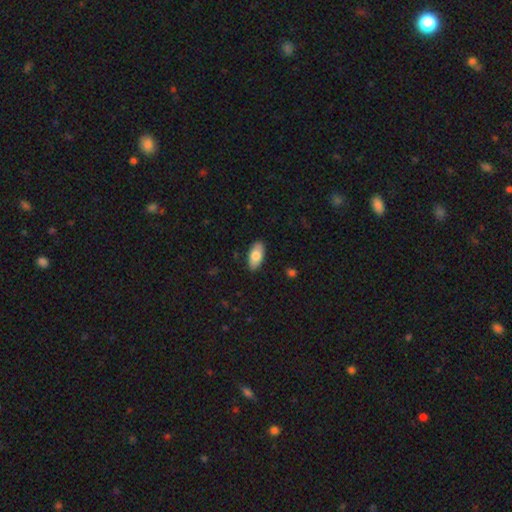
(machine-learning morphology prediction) Q: Smooth or featured?
A: smooth (79%); runner-up: featured or disk (15%)
Q: How rounded?
A: in between (91%); runner-up: cigar-shaped (7%)
Q: Merging?
A: none (89%); runner-up: minor disturbance (9%)